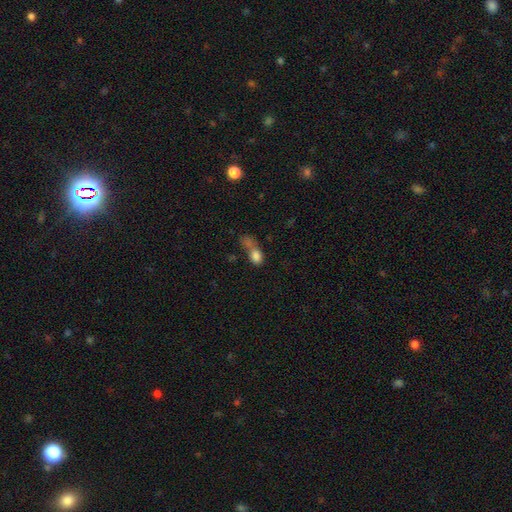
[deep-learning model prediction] A smooth galaxy with no disk features (78%) that is in between round and cigar-shaped (72%). Merging: merger (55%).